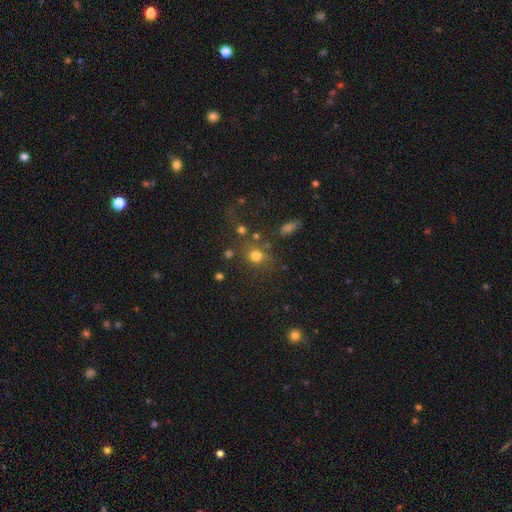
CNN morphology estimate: This appears to be a smooth galaxy with no disk features (74%) that is round (78%). Merging: none (65%).